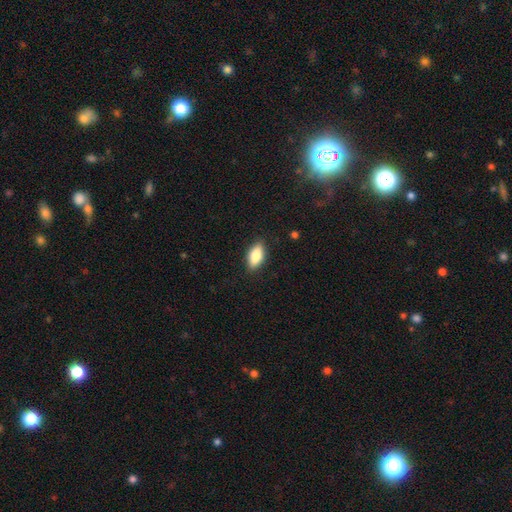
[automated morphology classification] A smooth galaxy with no disk features (80%) that is in between round and cigar-shaped (85%). Merging: none (87%).